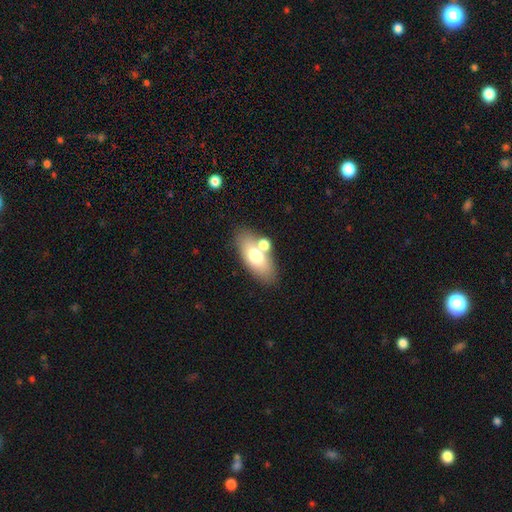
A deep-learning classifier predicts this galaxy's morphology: A smooth galaxy with no disk features (67%) that is in between round and cigar-shaped (87%).

Vote fractions:
- Smooth or featured? smooth: 67% / featured or disk: 25% / star or artifact: 8%
- How rounded? in between: 87% / cigar-shaped: 8% / round: 5%
- Merging? none: 62% / merger: 22% / minor disturbance: 11% / major disturbance: 4%